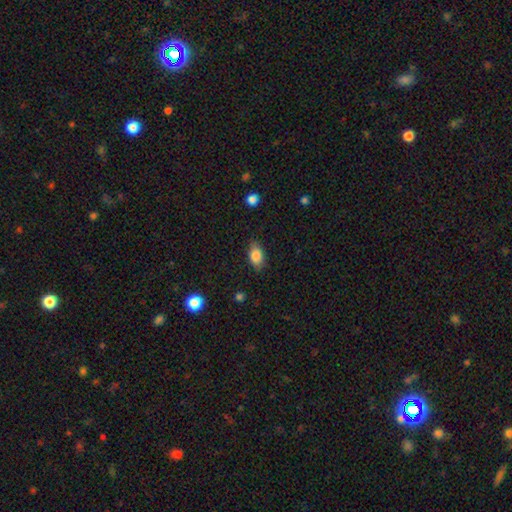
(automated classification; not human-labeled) The model was most divided on "merging": none: 83%, minor disturbance: 13%, major disturbance: 3%, merger: 1%. More confident: how rounded — in between (87%); smooth or featured — smooth (83%).